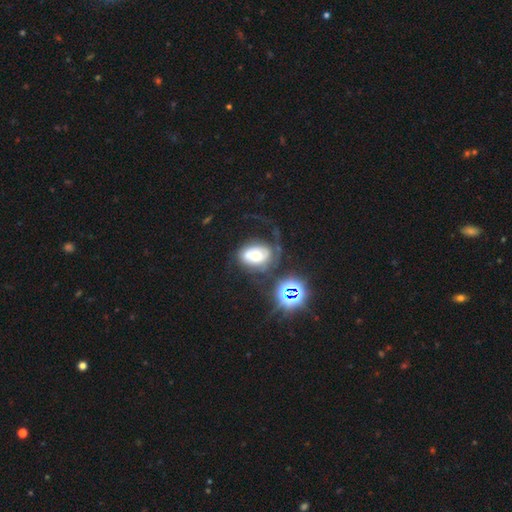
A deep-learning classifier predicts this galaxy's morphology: Smooth or featured: featured or disk — 50% (smooth — 34%)
Edge-on disk: no — 95% (yes — 5%)
Merging: major disturbance — 36% (none — 33%)